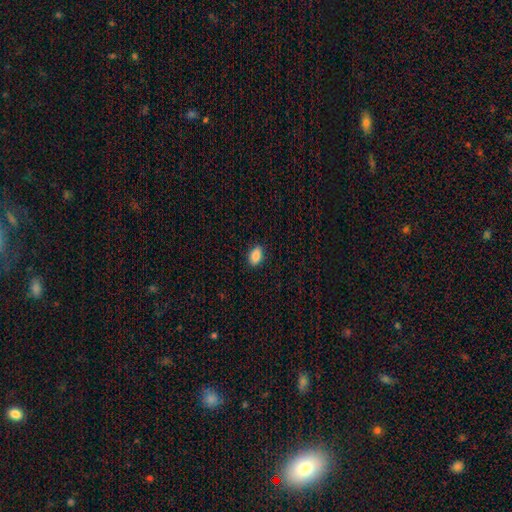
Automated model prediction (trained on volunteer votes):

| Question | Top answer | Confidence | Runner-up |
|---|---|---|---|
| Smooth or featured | smooth | 87% | star or artifact (8%) |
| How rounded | in between | 88% | round (10%) |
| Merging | none | 87% | minor disturbance (10%) |